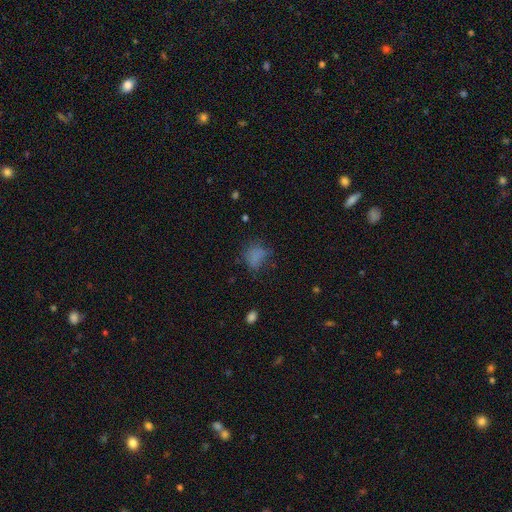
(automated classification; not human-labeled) Morphology: type=smooth (72%); roundness=in between (55%); merging=none (50%).